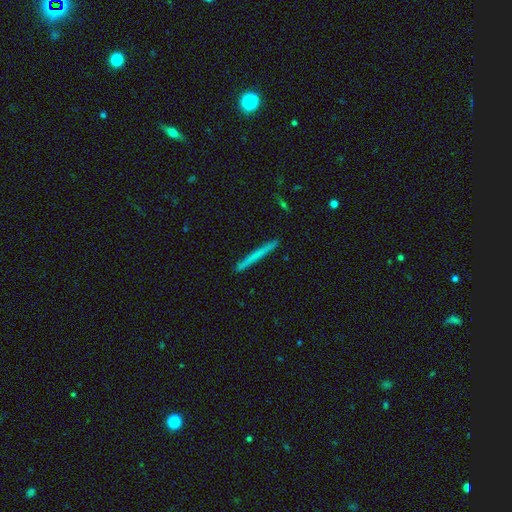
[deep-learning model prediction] A smooth galaxy with no disk features (60%) that is cigar-shaped (97%).

Vote fractions:
- Smooth or featured? smooth: 60% / featured or disk: 34% / star or artifact: 6%
- How rounded? cigar-shaped: 97% / in between: 2% / round: 1%
- Merging? none: 91% / minor disturbance: 6% / major disturbance: 1% / merger: 1%